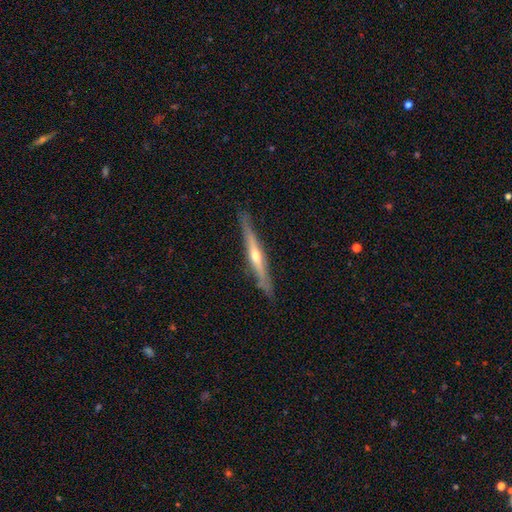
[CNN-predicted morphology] type=featured or disk (72%); edge-on=yes (97%); edge-on bulge=rounded (84%); merging=none (87%).